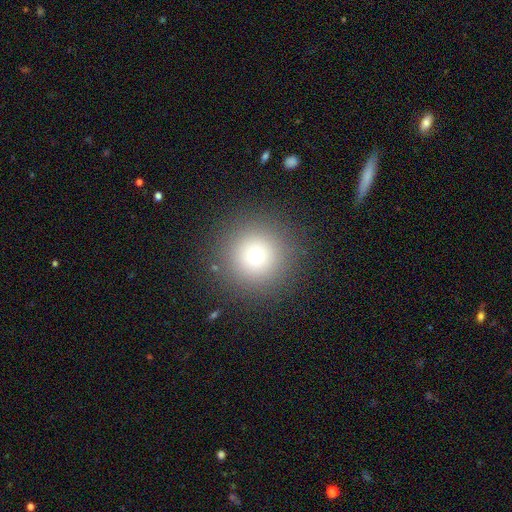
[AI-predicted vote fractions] Smooth or featured? smooth (74%)
How rounded? round (96%)
Merging? none (90%)